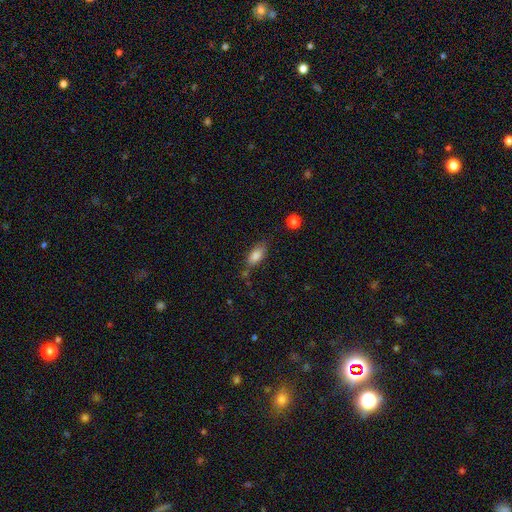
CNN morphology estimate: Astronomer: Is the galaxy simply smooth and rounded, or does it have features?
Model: smooth — 84%.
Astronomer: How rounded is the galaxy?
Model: in between — 86%.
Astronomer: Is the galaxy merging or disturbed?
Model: none — 65%.